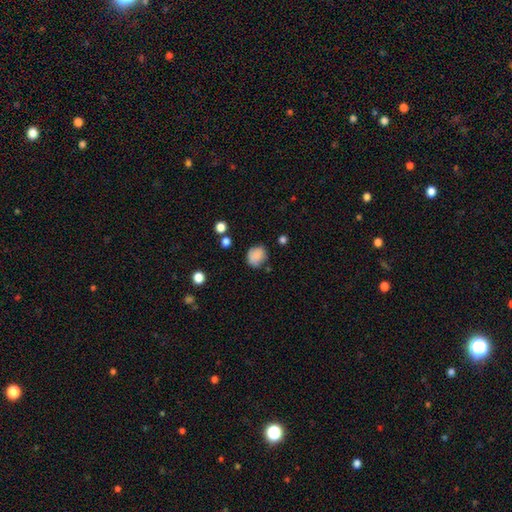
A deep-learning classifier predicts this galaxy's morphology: Q: Smooth or featured?
A: smooth (83%); runner-up: star or artifact (10%)
Q: How rounded?
A: round (63%); runner-up: in between (36%)
Q: Merging?
A: none (68%); runner-up: minor disturbance (22%)